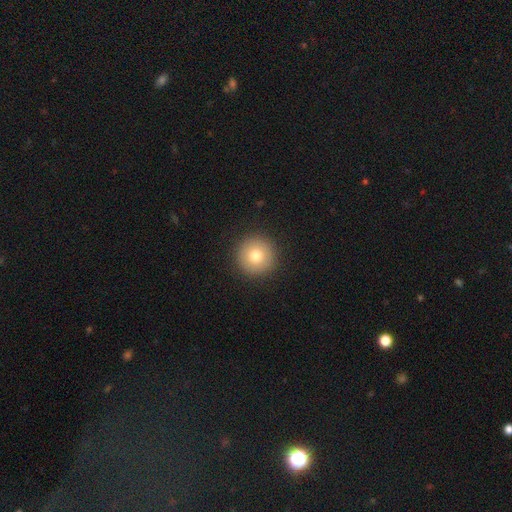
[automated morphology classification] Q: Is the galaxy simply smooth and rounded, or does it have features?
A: smooth — 77%.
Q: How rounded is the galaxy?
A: round — 96%.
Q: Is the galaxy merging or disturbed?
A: none — 92%.